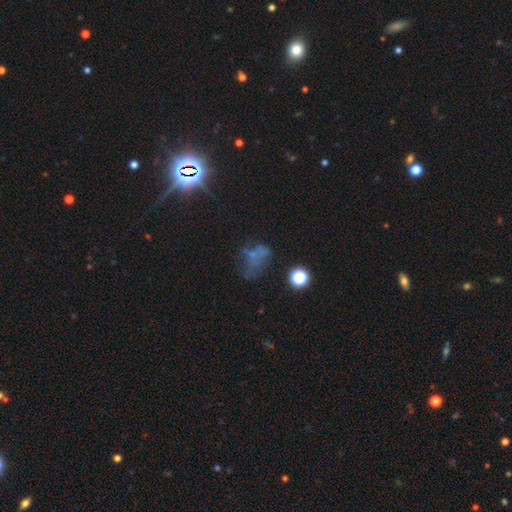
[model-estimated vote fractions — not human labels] Smooth or featured? smooth (36%)
Merging? none (41%)